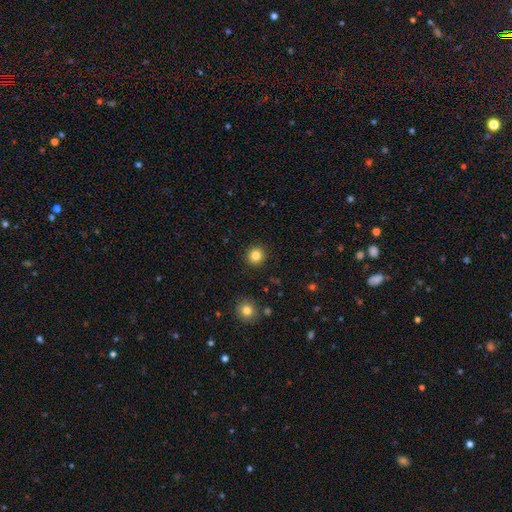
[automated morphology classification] Smooth or featured?
  - smooth: 83% *
  - star or artifact: 12%
  - featured or disk: 5%
How rounded?
  - round: 92% *
  - in between: 7%
  - cigar-shaped: 1%
Merging?
  - none: 92% *
  - minor disturbance: 5%
  - major disturbance: 2%
  - merger: 1%